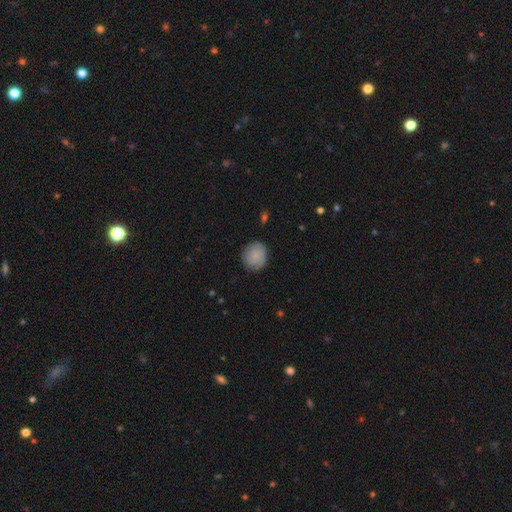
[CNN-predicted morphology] smooth_or_featured: smooth (p=0.79) [alt: featured or disk p=0.14]
how_rounded: round (p=0.79) [alt: in between p=0.20]
merging: none (p=0.79) [alt: minor disturbance p=0.16]